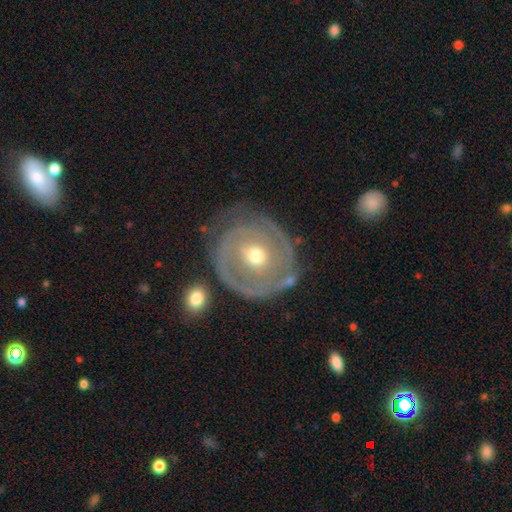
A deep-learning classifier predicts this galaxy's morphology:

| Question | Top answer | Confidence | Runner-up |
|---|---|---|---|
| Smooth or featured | featured or disk | 79% | smooth (16%) |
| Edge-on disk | no | 97% | yes (3%) |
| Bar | no | 75% | weak (19%) |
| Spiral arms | yes | 76% | no (24%) |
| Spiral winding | tight | 72% | medium (19%) |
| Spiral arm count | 2 | 35% | can't tell (32%) |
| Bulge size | moderate | 64% | small (30%) |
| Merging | none | 63% | minor disturbance (21%) |